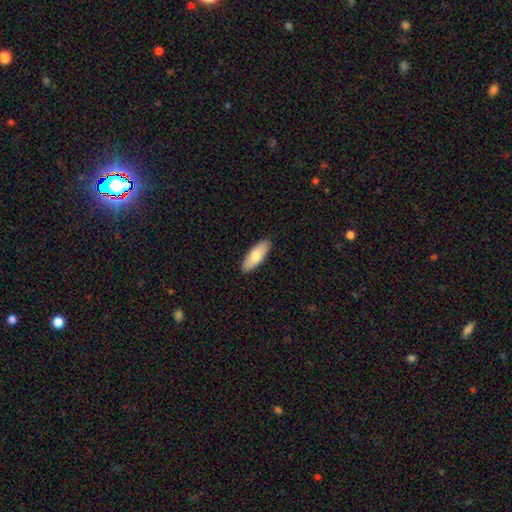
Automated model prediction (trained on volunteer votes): Smooth or featured?
  - smooth: 75% *
  - featured or disk: 19%
  - star or artifact: 5%
How rounded?
  - in between: 67% *
  - cigar-shaped: 31%
  - round: 2%
Merging?
  - none: 90% *
  - minor disturbance: 8%
  - major disturbance: 1%
  - merger: 1%